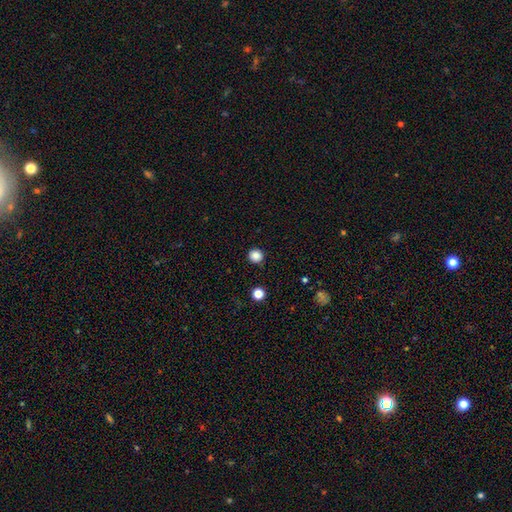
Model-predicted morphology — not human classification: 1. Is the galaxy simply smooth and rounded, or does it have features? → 85% smooth, 11% star or artifact, 4% featured or disk.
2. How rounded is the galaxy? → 93% round, 6% in between, 1% cigar-shaped.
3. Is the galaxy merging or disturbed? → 92% none, 5% minor disturbance, 2% major disturbance, 1% merger.